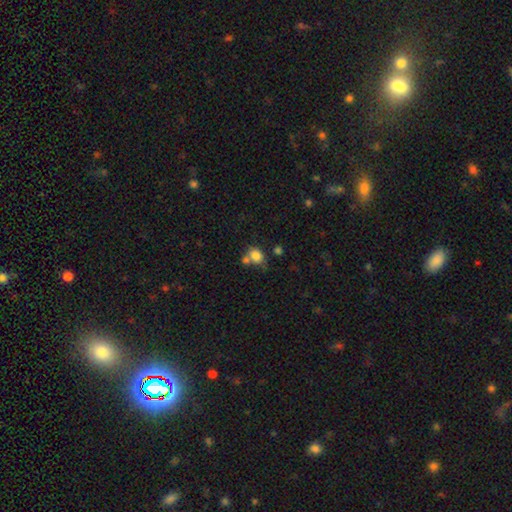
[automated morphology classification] This appears to be a smooth galaxy with no disk features (81%) that is round (51%). Merging: none (48%).